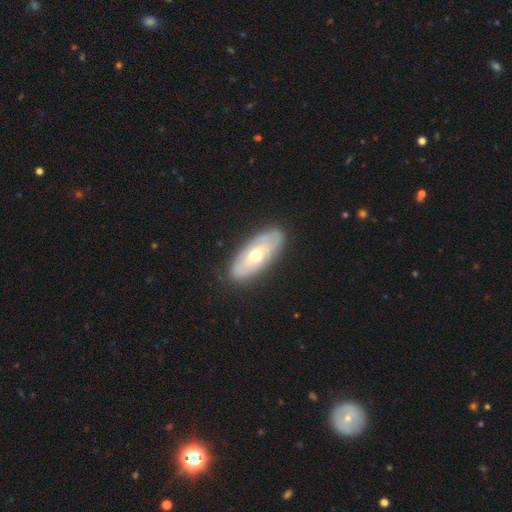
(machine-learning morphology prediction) This is possibly a featured or disk galaxy (57%). It is clearly not viewed edge-on (81%). Merging: clearly none (84%).